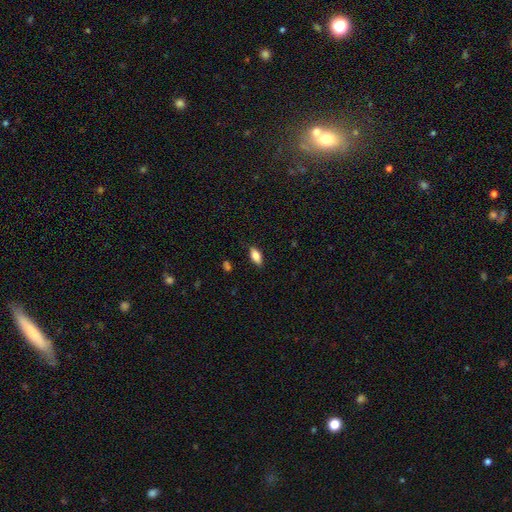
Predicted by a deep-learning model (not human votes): Smooth or featured? Predicted: smooth (p=0.80). How rounded? Predicted: in between (p=0.86). Merging? Predicted: none (p=0.84).